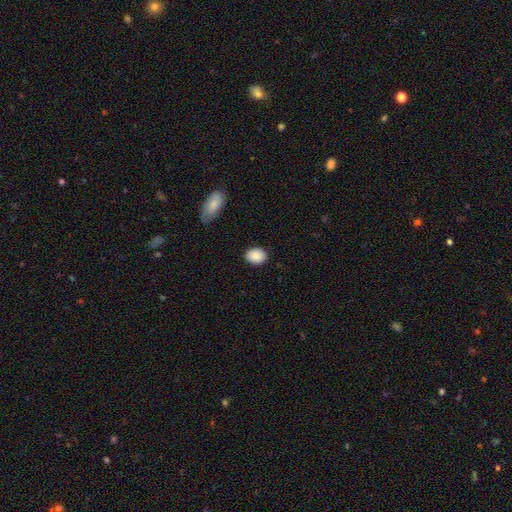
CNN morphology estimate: smooth_or_featured: smooth (p=0.89) [alt: star or artifact p=0.07]
how_rounded: in between (p=0.65) [alt: round p=0.34]
merging: none (p=0.88) [alt: minor disturbance p=0.09]